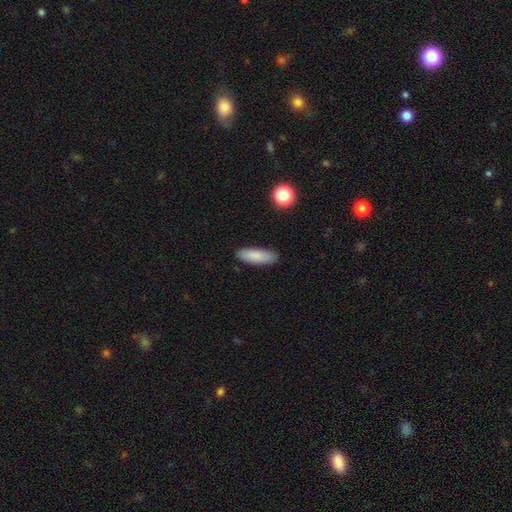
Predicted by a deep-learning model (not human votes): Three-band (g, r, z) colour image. It shows a smooth galaxy with no disk features (86%) that is in between round and cigar-shaped (51%). Merging: none (88%).